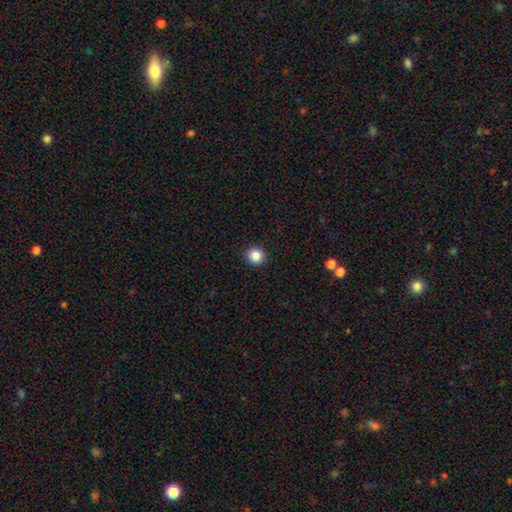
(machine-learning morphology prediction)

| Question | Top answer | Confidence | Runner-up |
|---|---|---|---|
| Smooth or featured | smooth | 85% | star or artifact (11%) |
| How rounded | round | 93% | in between (6%) |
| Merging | none | 93% | minor disturbance (5%) |